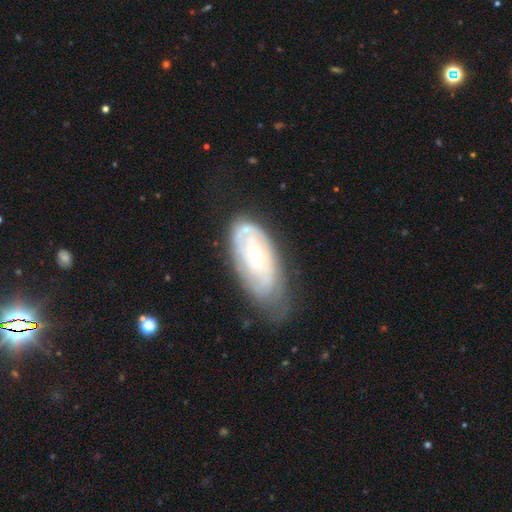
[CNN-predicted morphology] A featured or disk galaxy (68%) with no bar (81%), spiral arms (75%) and a small central bulge (70%). Merging: none (49%).